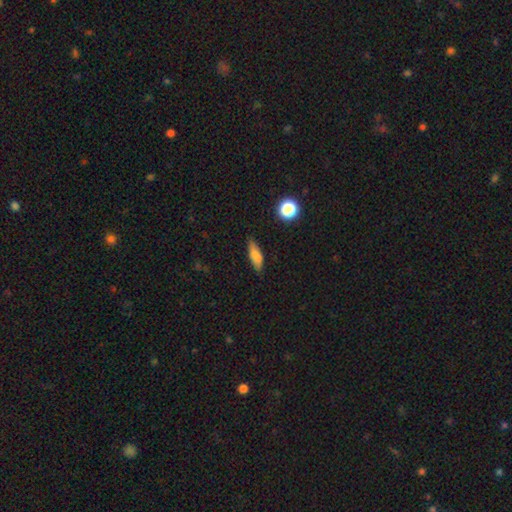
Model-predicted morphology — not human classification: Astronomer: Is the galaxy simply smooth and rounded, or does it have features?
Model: smooth — 75%.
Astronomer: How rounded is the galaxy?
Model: in between — 53% (runner-up: cigar-shaped, 43%).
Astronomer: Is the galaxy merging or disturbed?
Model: none — 79%.